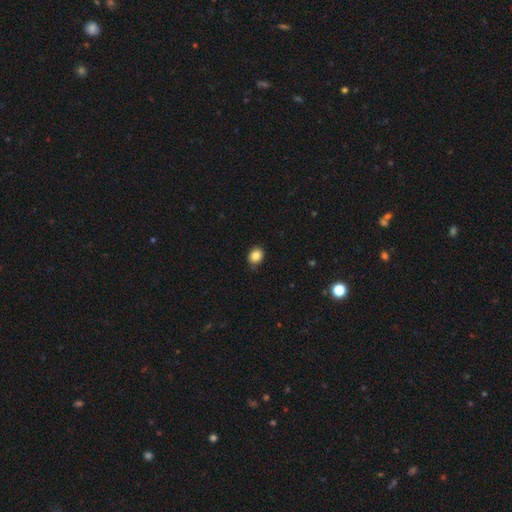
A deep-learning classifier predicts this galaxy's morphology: smooth-or-featured: smooth: 86% | star or artifact: 10% | featured or disk: 5%
  how-rounded: in between: 50% | round: 49% | cigar-shaped: 1%
  merging: none: 80% | minor disturbance: 16% | major disturbance: 3% | merger: 1%